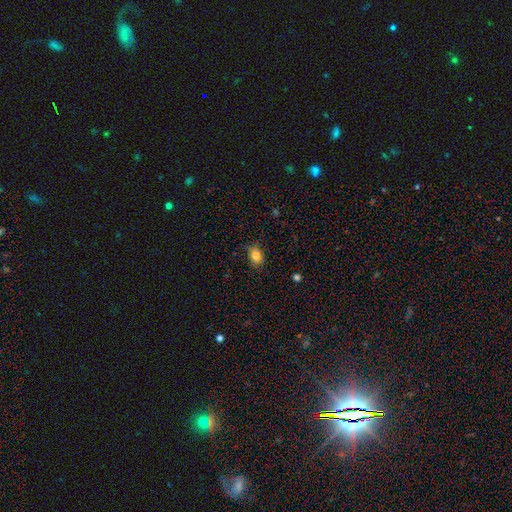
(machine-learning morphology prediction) Overall: smooth (84%). How rounded: in between (67%; round 32%). Merging: none (80%).